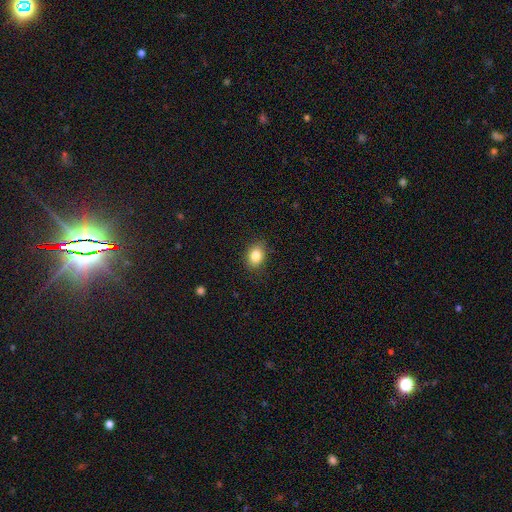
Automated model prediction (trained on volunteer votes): Smooth or featured? smooth (84%)
How rounded? in between (71%)
Merging? none (86%)